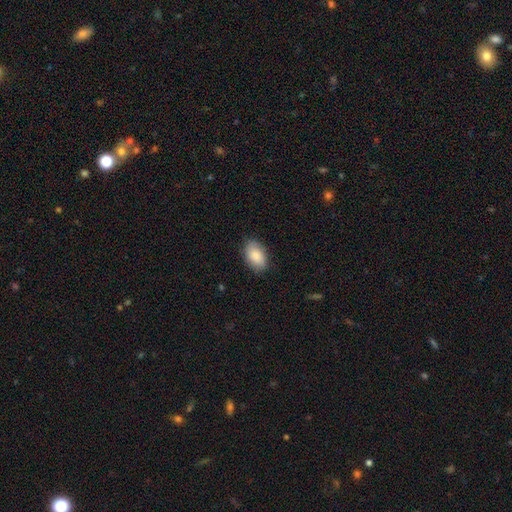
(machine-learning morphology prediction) Overall: smooth (85%). How rounded: in between (92%). Merging: none (83%).